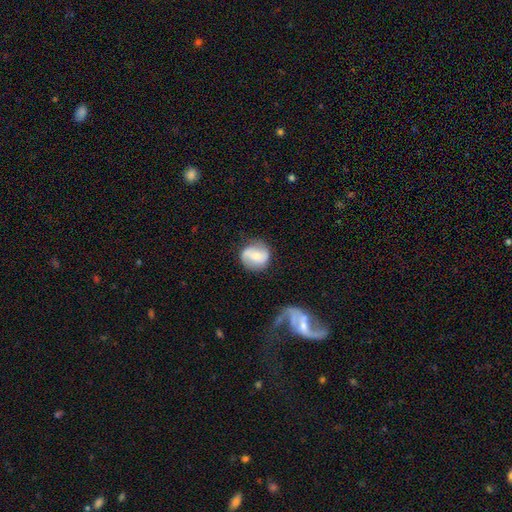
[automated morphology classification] This is possibly a featured or disk galaxy (52%). It is clearly not viewed edge-on (96%). Bar: marginally no (38%). Spiral arm pattern: likely yes (78%). Central bulge: possibly moderate (46%, tied with small). Merging: likely none (70%).